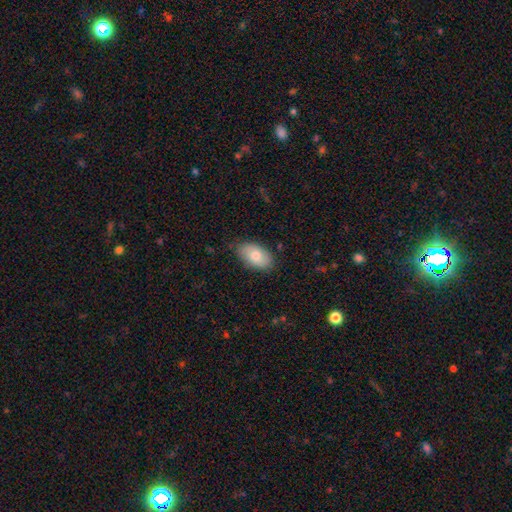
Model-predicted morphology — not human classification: The model was most divided on "smooth or featured": smooth: 76%, featured or disk: 17%, star or artifact: 6%. More confident: how rounded — in between (94%); merging — none (81%).